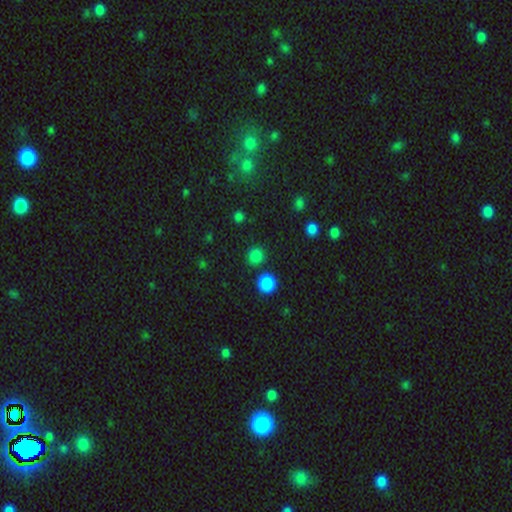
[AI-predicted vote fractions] Smooth or featured: smooth — 82% (star or artifact — 15%)
How rounded: round — 88% (in between — 11%)
Merging: none — 83% (minor disturbance — 7%)